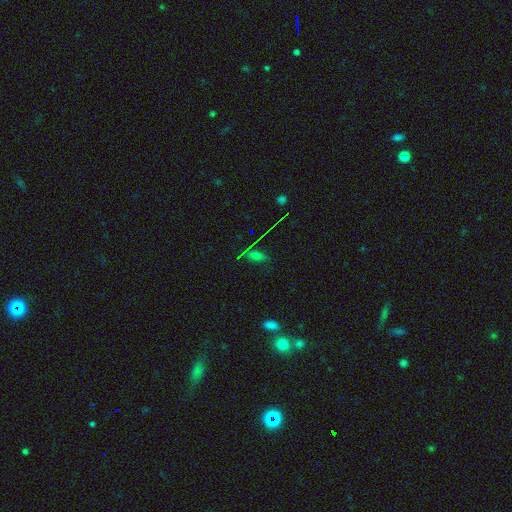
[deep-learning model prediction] Overall: smooth (45%; star or artifact 40%). Merging: none (69%).